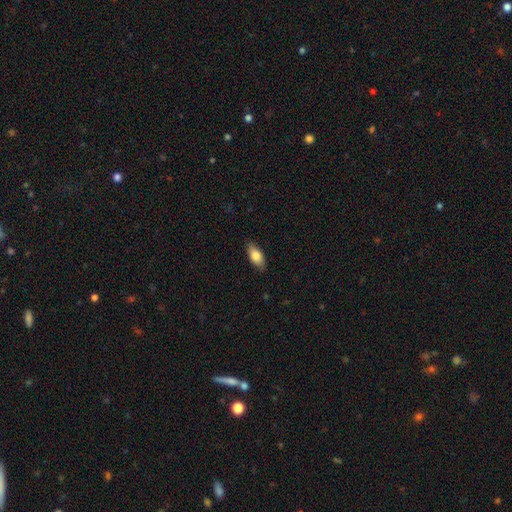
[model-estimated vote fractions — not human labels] This is clearly a smooth galaxy (80%). How rounded: clearly in between (86%). Merging: clearly none (86%).